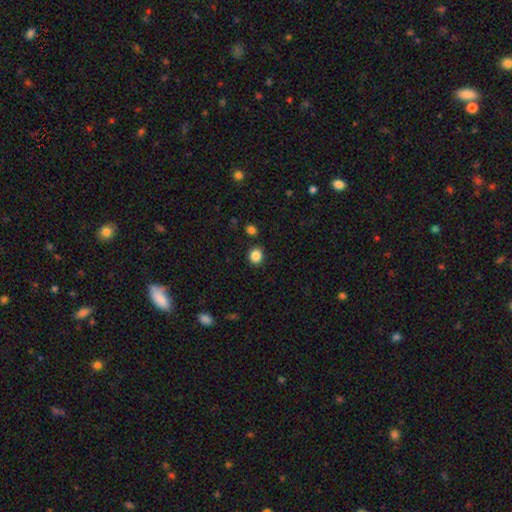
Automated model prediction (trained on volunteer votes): This is clearly a smooth galaxy (86%). How rounded: clearly round (80%). Merging: clearly none (88%).